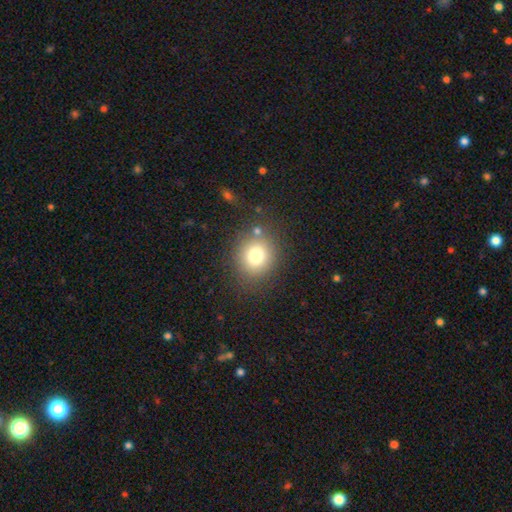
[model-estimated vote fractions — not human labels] Smooth or featured? Predicted: smooth (p=0.77). How rounded? Predicted: round (p=0.80). Merging? Predicted: none (p=0.80).